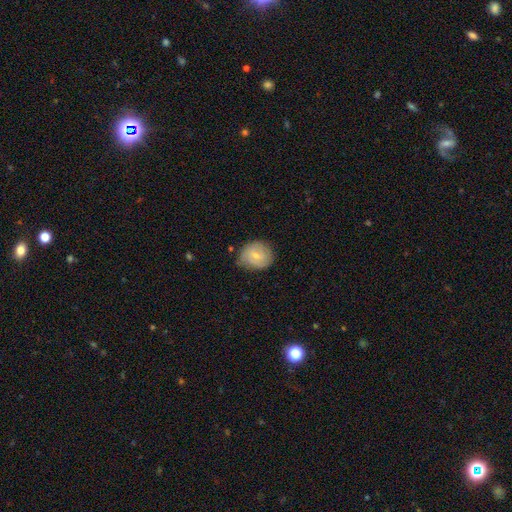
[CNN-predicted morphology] Q: Smooth or featured?
A: smooth (59%); runner-up: featured or disk (35%)
Q: How rounded?
A: round (65%); runner-up: in between (34%)
Q: Merging?
A: none (67%); runner-up: minor disturbance (26%)